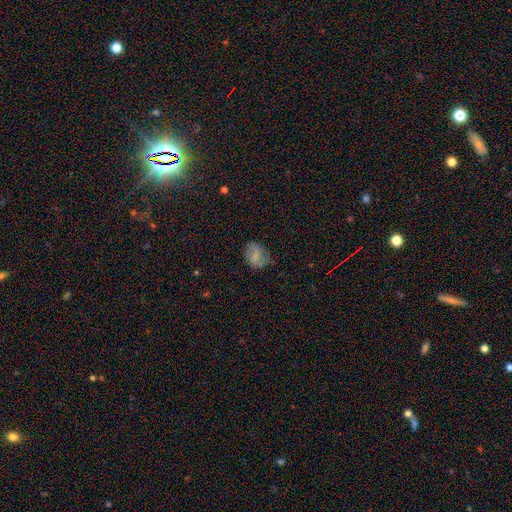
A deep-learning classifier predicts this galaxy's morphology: smooth-or-featured: smooth: 53% | featured or disk: 37% | star or artifact: 10%
  how-rounded: in between: 61% | round: 37% | cigar-shaped: 2%
  merging: none: 64% | minor disturbance: 25% | major disturbance: 9% | merger: 1%